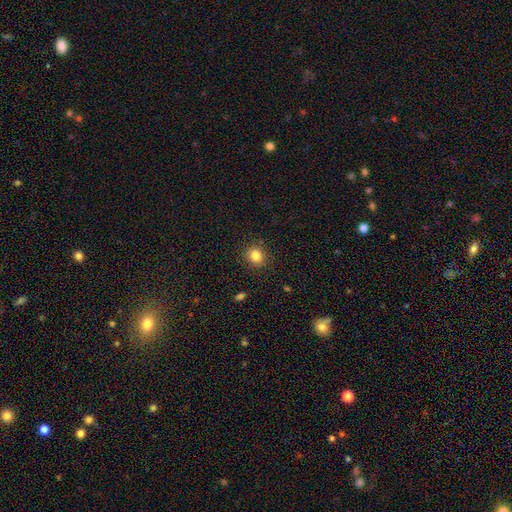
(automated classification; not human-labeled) Smooth or featured? smooth (83%)
How rounded? round (80%)
Merging? none (87%)